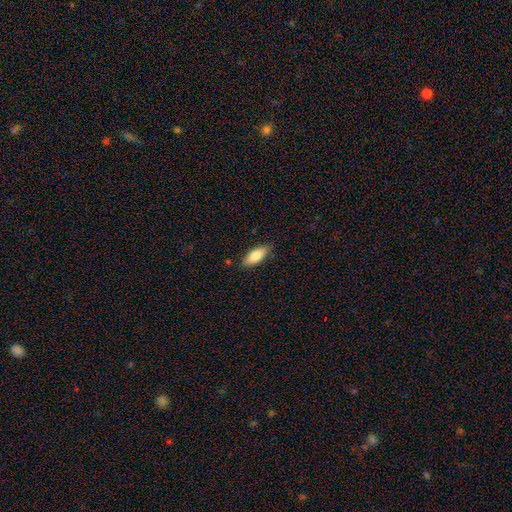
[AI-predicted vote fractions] Q: Smooth or featured?
A: smooth (79%); runner-up: featured or disk (14%)
Q: How rounded?
A: in between (76%); runner-up: cigar-shaped (22%)
Q: Merging?
A: none (84%); runner-up: minor disturbance (12%)